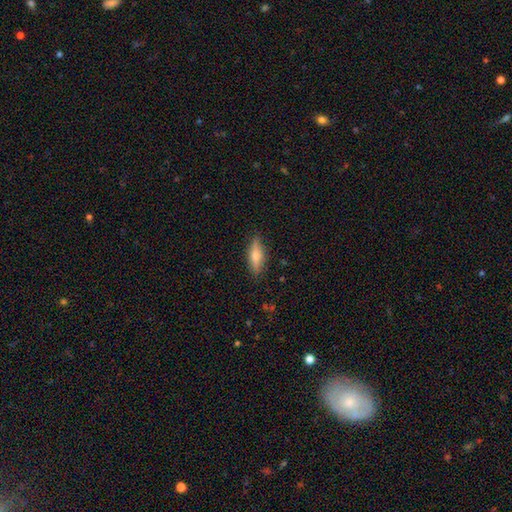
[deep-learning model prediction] This is possibly a smooth galaxy (59%). How rounded: possibly in between (53%). Merging: clearly none (84%).